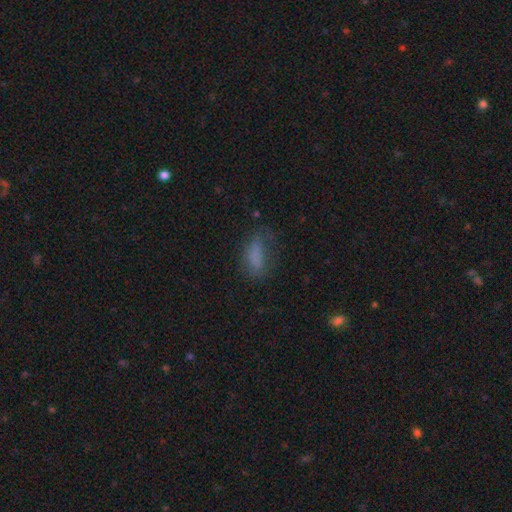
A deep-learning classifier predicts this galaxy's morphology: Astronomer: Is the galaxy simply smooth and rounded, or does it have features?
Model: smooth — 73%.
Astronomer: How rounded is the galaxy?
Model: in between — 72%.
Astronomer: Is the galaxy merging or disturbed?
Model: none — 49% (runner-up: minor disturbance, 27%).